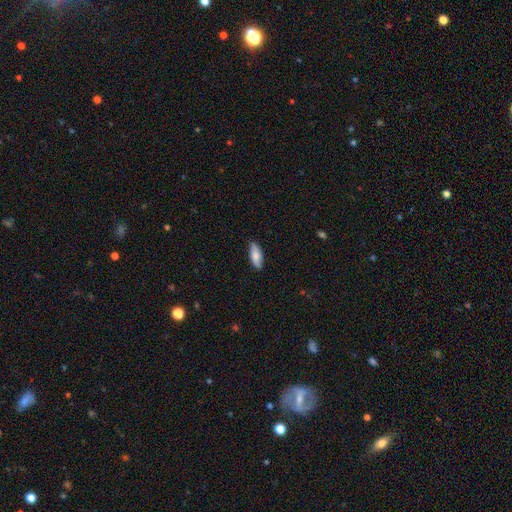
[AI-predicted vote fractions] This is likely a smooth galaxy (77%). How rounded: likely in between (69%). Merging: clearly none (86%).